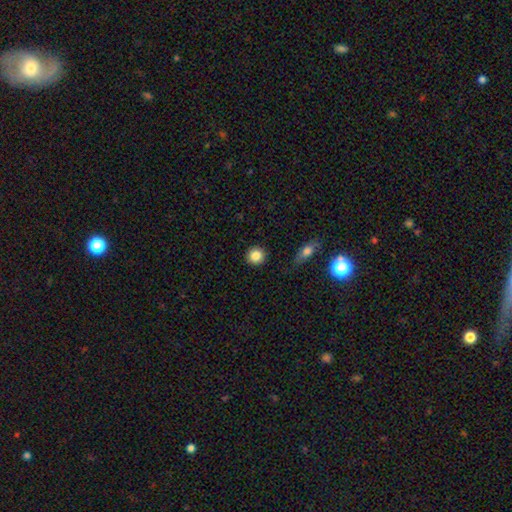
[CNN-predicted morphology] Smooth or featured: smooth — 85% (star or artifact — 9%)
How rounded: round — 91% (in between — 8%)
Merging: none — 91% (minor disturbance — 6%)